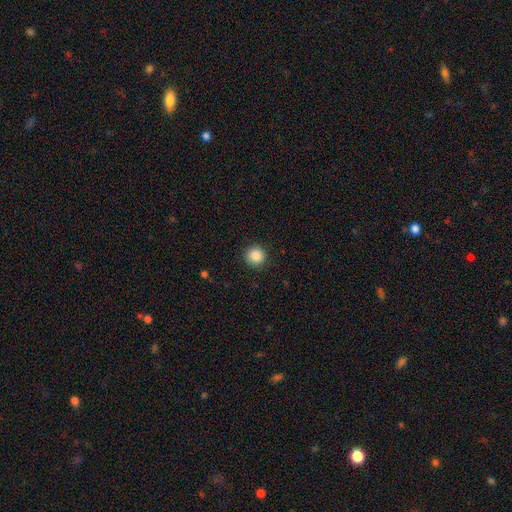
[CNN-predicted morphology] The model was most divided on "smooth or featured": smooth: 87%, star or artifact: 10%, featured or disk: 4%. More confident: how rounded — round (95%); merging — none (91%).